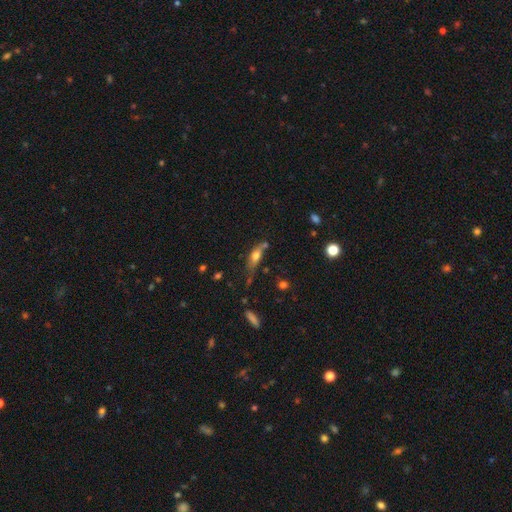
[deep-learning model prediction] Smooth or featured: smooth — 60% (featured or disk — 30%)
How rounded: in between — 61% (cigar-shaped — 34%)
Merging: none — 43% (minor disturbance — 26%)